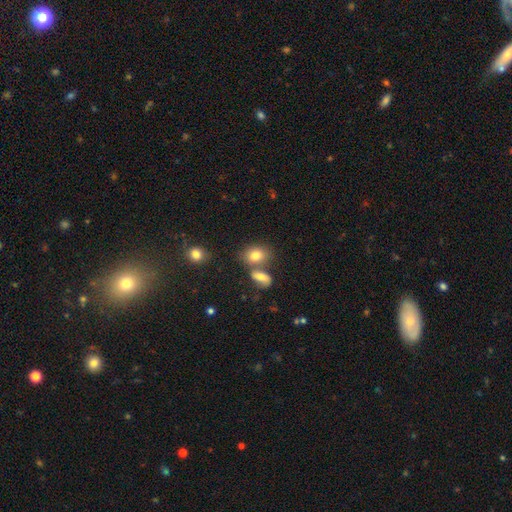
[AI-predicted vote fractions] A smooth galaxy with no disk features (79%) that is in between round and cigar-shaped (68%). Merging: none (54%).